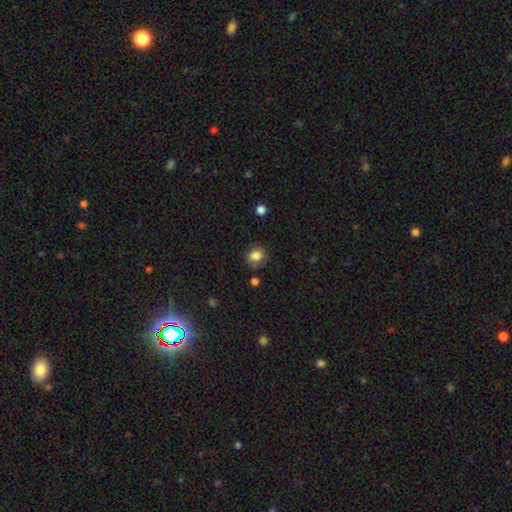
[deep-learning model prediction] smooth-or-featured: smooth: 80% | star or artifact: 10% | featured or disk: 9%
  how-rounded: round: 66% | in between: 33% | cigar-shaped: 1%
  merging: none: 74% | minor disturbance: 17% | major disturbance: 5% | merger: 3%